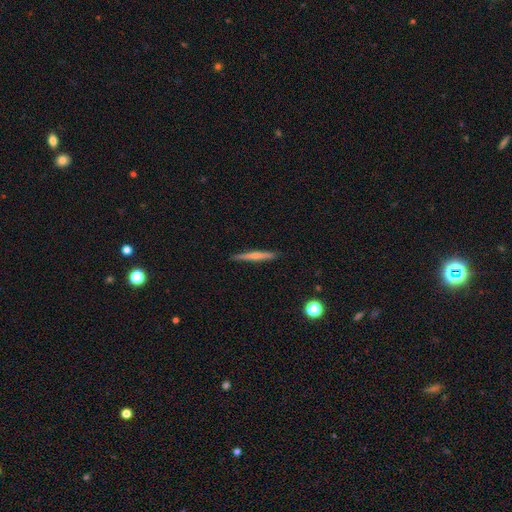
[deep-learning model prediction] Smooth or featured: featured or disk — 47% (smooth — 46%)
Merging: none — 90% (minor disturbance — 8%)